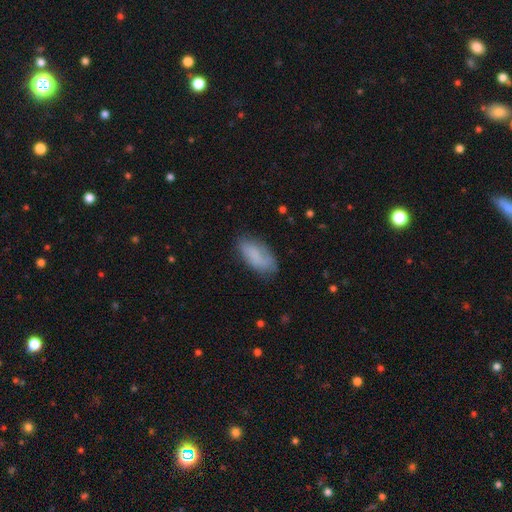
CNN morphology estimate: Smooth or featured: smooth — 77% (featured or disk — 15%)
How rounded: in between — 88% (cigar-shaped — 10%)
Merging: none — 67% (minor disturbance — 24%)